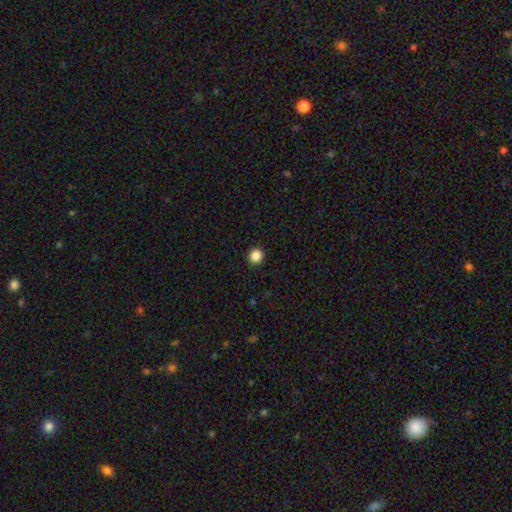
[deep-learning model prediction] smooth 87%, star or artifact 11%, featured or disk 3%. Down the decision tree: how rounded — round (94%); merging — none (93%).